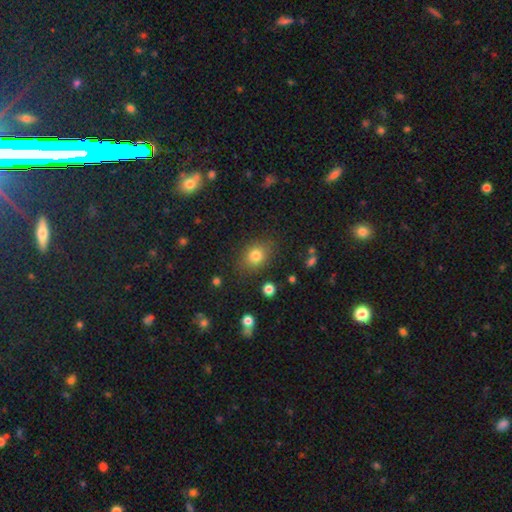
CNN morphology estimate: Q: Smooth or featured?
A: smooth (80%); runner-up: star or artifact (12%)
Q: How rounded?
A: in between (52%); runner-up: round (46%)
Q: Merging?
A: none (82%); runner-up: minor disturbance (12%)